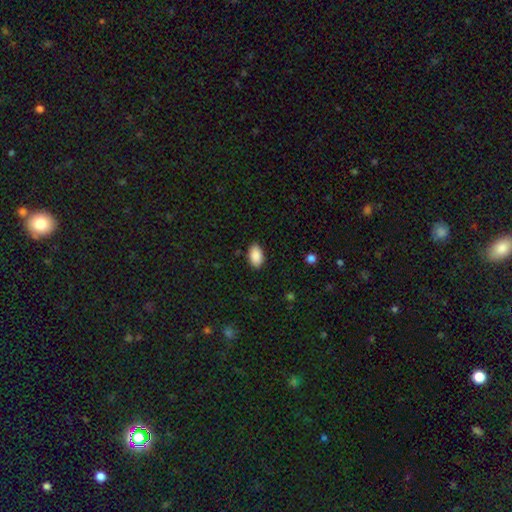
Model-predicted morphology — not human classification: Smooth or featured? Predicted: smooth (p=0.90). How rounded? Predicted: in between (p=0.94). Merging? Predicted: none (p=0.87).